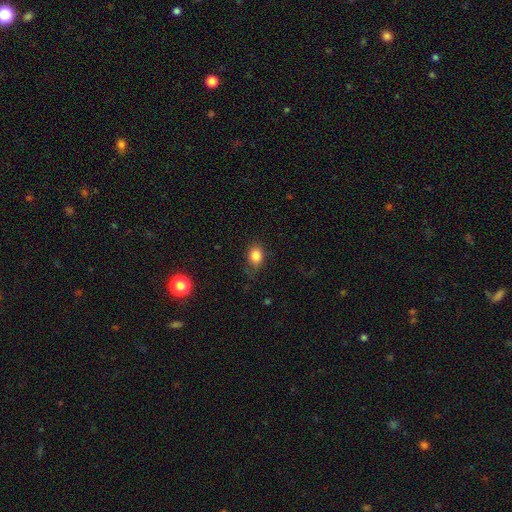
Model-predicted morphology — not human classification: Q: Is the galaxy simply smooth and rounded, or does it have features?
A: smooth — 82%.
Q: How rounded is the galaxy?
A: in between — 59%.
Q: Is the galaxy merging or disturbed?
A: none — 70%.